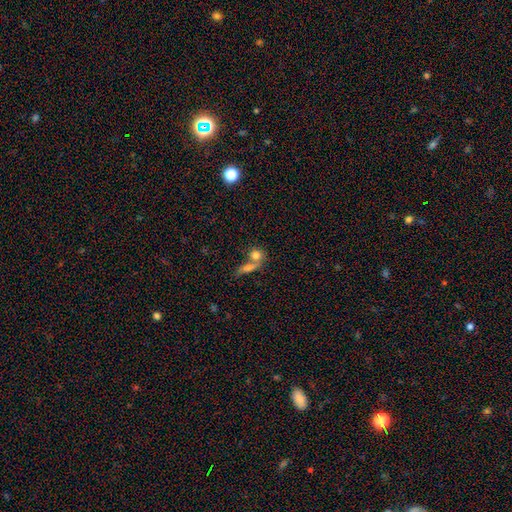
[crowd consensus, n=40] Smooth or featured: smooth — 88% (star or artifact — 8%)
How rounded: round — 54% (in between — 34%)
Merging: merger — 70% (none — 24%)